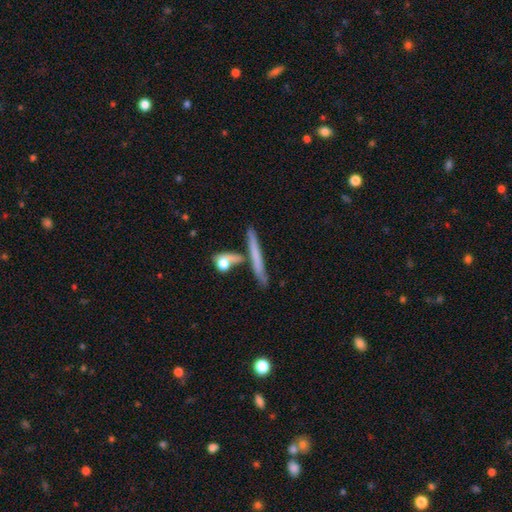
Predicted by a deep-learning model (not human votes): smooth_or_featured: smooth (p=0.55) [alt: featured or disk p=0.37]
how_rounded: cigar-shaped (p=0.91) [alt: in between p=0.05]
merging: none (p=0.71) [alt: minor disturbance p=0.13]